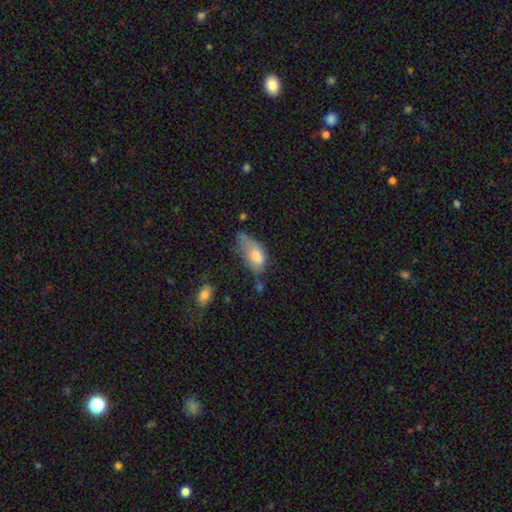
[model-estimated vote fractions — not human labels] smooth_or_featured: smooth (p=0.75) [alt: featured or disk p=0.17]
how_rounded: in between (p=0.90) [alt: round p=0.06]
merging: minor disturbance (p=0.38) [alt: major disturbance p=0.29]